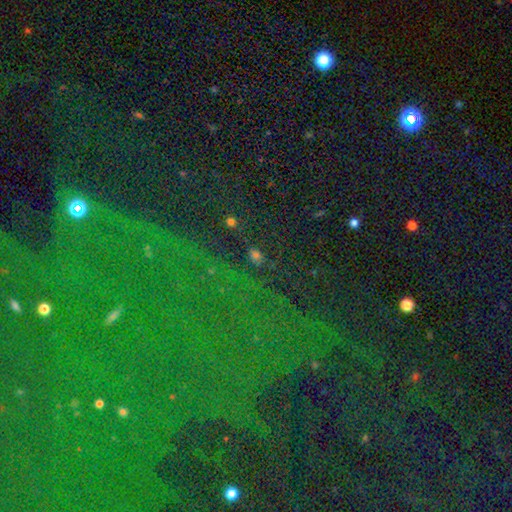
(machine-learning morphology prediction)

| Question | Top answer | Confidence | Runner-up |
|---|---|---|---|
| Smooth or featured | smooth | 48% | star or artifact (43%) |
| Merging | none | 76% | minor disturbance (12%) |